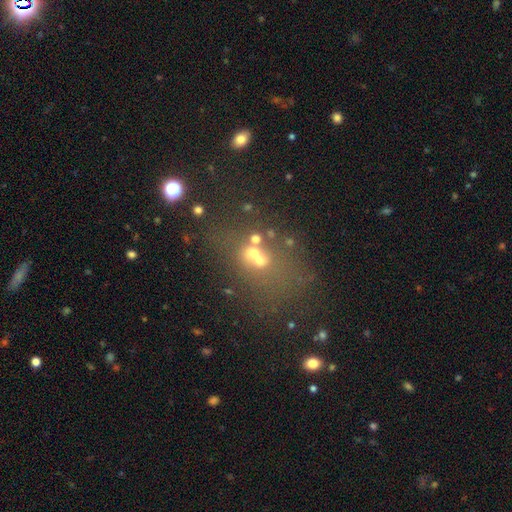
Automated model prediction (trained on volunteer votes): Smooth or featured?
  - smooth: 41% *
  - star or artifact: 31%
  - featured or disk: 28%
Merging?
  - merger: 42% *
  - none: 37%
  - minor disturbance: 10%
  - major disturbance: 10%